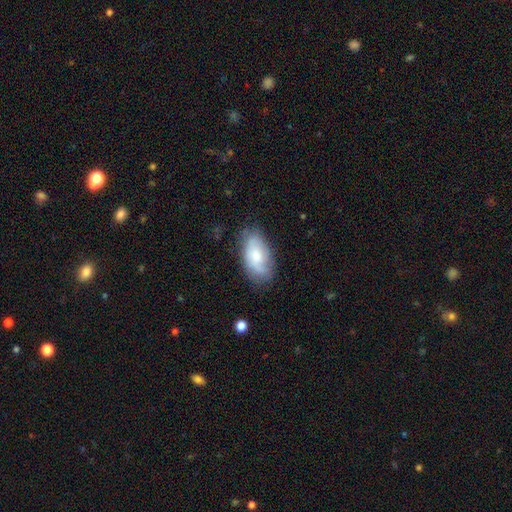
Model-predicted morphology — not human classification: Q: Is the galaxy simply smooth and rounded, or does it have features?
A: smooth — 56%.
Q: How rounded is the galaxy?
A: in between — 93%.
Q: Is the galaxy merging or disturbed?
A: none — 64%.